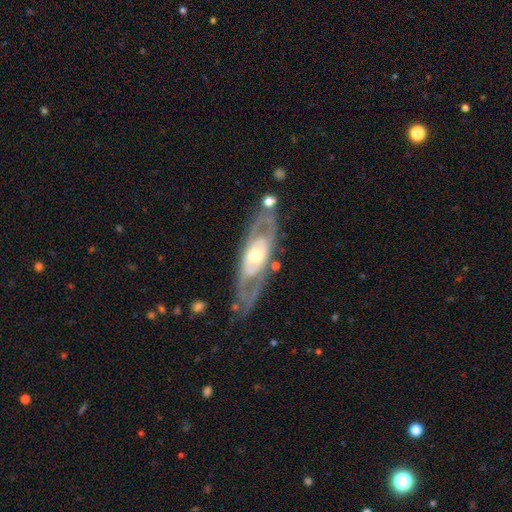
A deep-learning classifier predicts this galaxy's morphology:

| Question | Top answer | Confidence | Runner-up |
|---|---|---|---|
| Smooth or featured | featured or disk | 79% | smooth (16%) |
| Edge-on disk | no | 82% | yes (18%) |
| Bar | no | 71% | weak (19%) |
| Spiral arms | yes | 52% | no (48%) |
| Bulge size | moderate | 59% | small (29%) |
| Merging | none | 73% | minor disturbance (15%) |